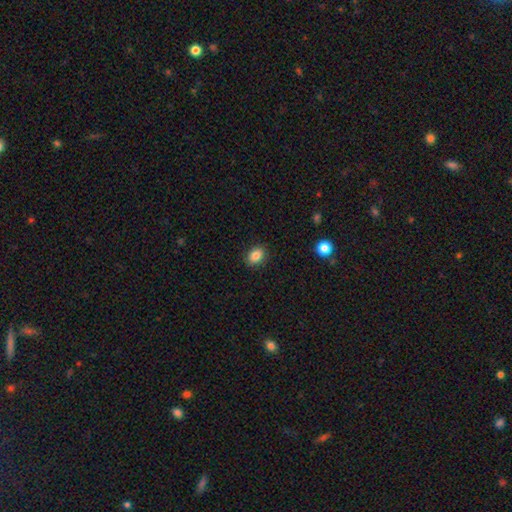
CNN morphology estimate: Smooth or featured? Predicted: smooth (p=0.85). How rounded? Predicted: in between (p=0.66). Merging? Predicted: none (p=0.89).